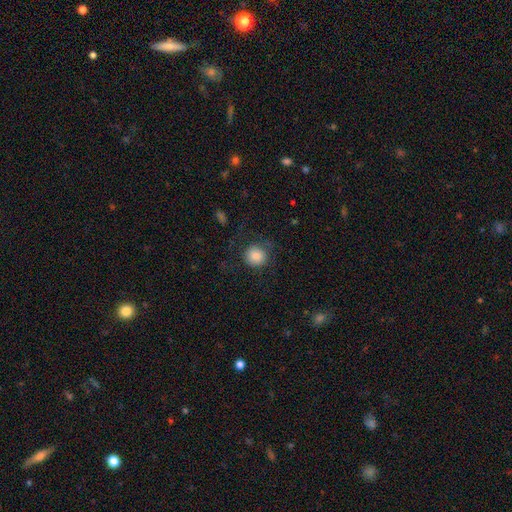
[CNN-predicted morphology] A smooth galaxy with no disk features (83%) that is round (90%).

Vote fractions:
- Smooth or featured? smooth: 83% / star or artifact: 9% / featured or disk: 8%
- How rounded? round: 90% / in between: 9% / cigar-shaped: 1%
- Merging? none: 75% / minor disturbance: 14% / major disturbance: 9% / merger: 1%